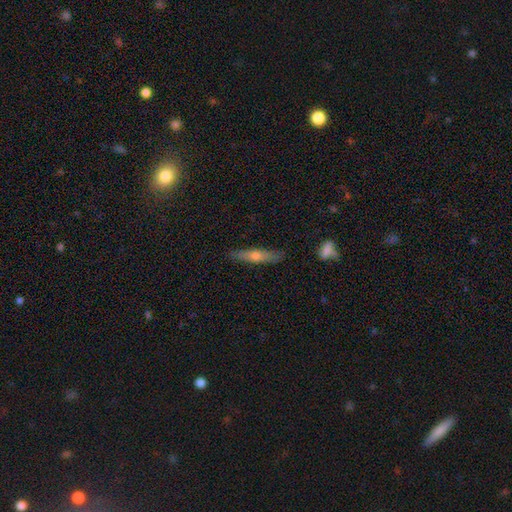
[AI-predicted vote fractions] A featured or disk galaxy (49%).

Vote fractions:
- Smooth or featured? featured or disk: 49% / smooth: 45% / star or artifact: 7%
- Merging? none: 88% / minor disturbance: 9% / major disturbance: 2% / merger: 1%